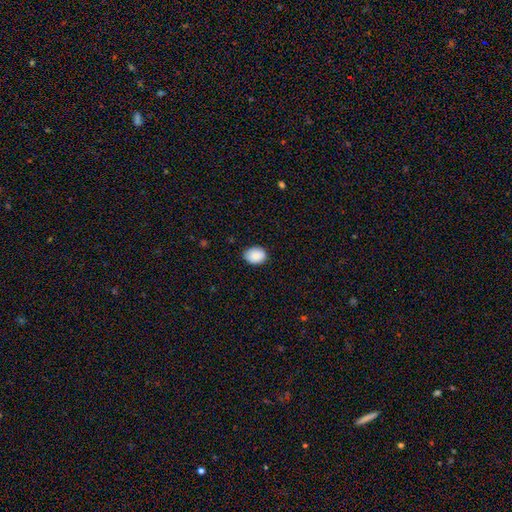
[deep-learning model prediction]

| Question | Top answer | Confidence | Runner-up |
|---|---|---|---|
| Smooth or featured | smooth | 89% | star or artifact (7%) |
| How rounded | in between | 62% | round (37%) |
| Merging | none | 83% | minor disturbance (14%) |